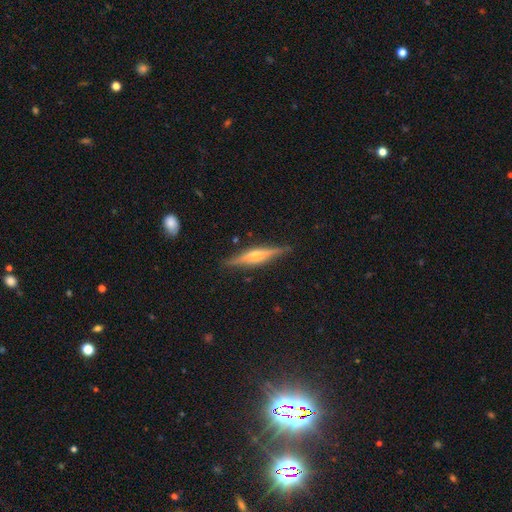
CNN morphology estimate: Smooth or featured?
  - featured or disk: 74% *
  - smooth: 19%
  - star or artifact: 7%
Edge-on disk?
  - yes: 97% *
  - no: 3%
Edge-on bulge?
  - rounded: 87% *
  - boxy: 7%
  - none: 6%
Merging?
  - none: 88% *
  - minor disturbance: 9%
  - major disturbance: 2%
  - merger: 1%